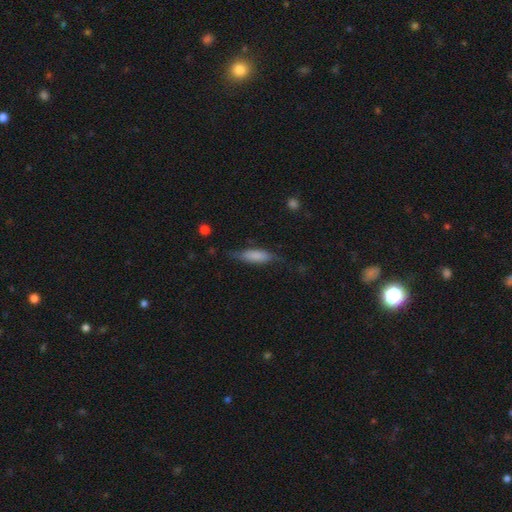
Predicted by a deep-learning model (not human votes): A smooth galaxy with no disk features (70%) that is cigar-shaped (49%).

Vote fractions:
- Smooth or featured? smooth: 70% / featured or disk: 23% / star or artifact: 7%
- How rounded? cigar-shaped: 49% / in between: 48% / round: 2%
- Merging? none: 64% / minor disturbance: 26% / major disturbance: 9% / merger: 2%